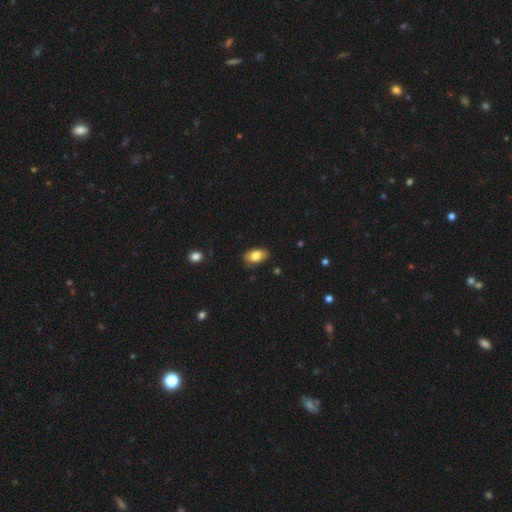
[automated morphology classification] Smooth or featured? smooth (82%)
How rounded? in between (90%)
Merging? none (81%)